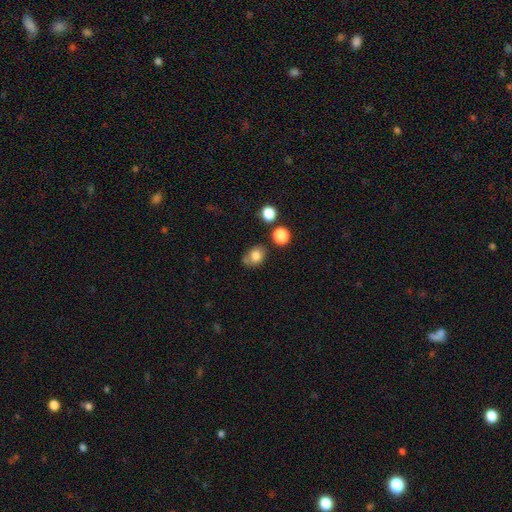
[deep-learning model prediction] smooth_or_featured: smooth (p=0.80) [alt: star or artifact p=0.12]
how_rounded: round (p=0.62) [alt: in between p=0.37]
merging: none (p=0.59) [alt: minor disturbance p=0.22]